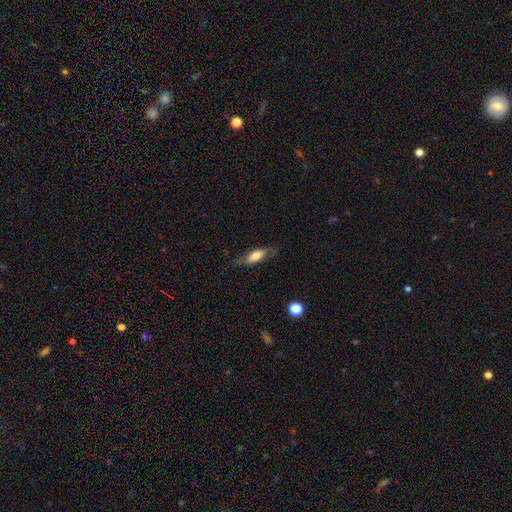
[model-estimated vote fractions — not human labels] Q: Smooth or featured?
A: smooth (64%); runner-up: featured or disk (29%)
Q: How rounded?
A: in between (63%); runner-up: cigar-shaped (34%)
Q: Merging?
A: none (68%); runner-up: minor disturbance (21%)